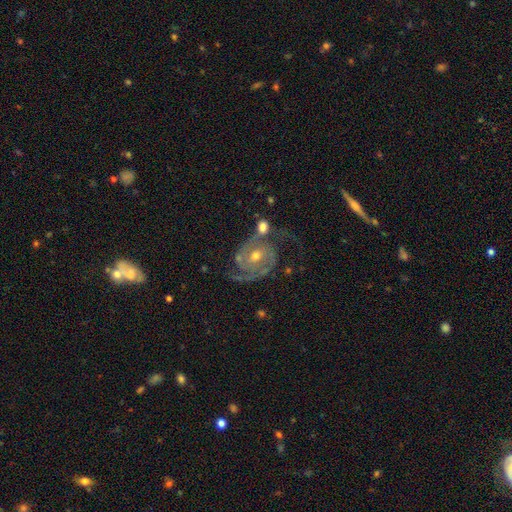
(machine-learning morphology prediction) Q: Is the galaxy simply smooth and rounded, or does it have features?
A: featured or disk — 89%.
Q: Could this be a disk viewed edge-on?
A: no — 97%.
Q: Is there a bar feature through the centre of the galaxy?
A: no — 62%.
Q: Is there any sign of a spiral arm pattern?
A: yes — 98%.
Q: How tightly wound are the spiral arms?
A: tight — 54%.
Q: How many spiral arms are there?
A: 2 — 72%.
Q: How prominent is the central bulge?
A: moderate — 59%.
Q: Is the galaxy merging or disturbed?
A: none — 61%.